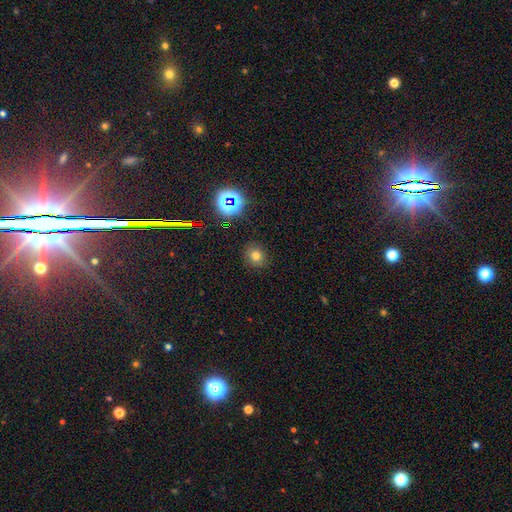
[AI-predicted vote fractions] Smooth or featured?
  - smooth: 73% *
  - star or artifact: 20%
  - featured or disk: 8%
How rounded?
  - round: 79% *
  - in between: 20%
  - cigar-shaped: 1%
Merging?
  - none: 88% *
  - minor disturbance: 8%
  - major disturbance: 3%
  - merger: 1%